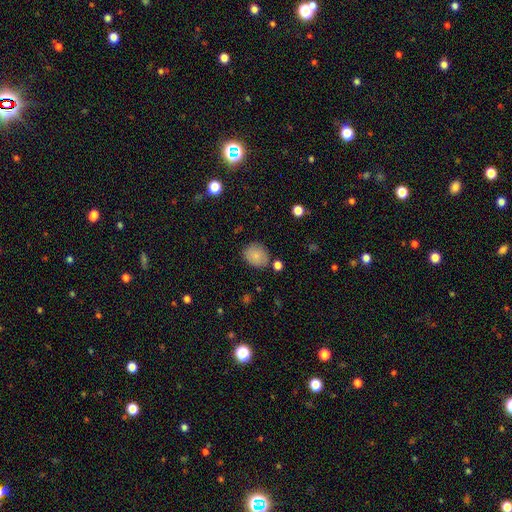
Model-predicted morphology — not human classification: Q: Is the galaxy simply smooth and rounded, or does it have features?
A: smooth — 82%.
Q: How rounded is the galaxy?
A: round — 57%.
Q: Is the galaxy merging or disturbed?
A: none — 77%.